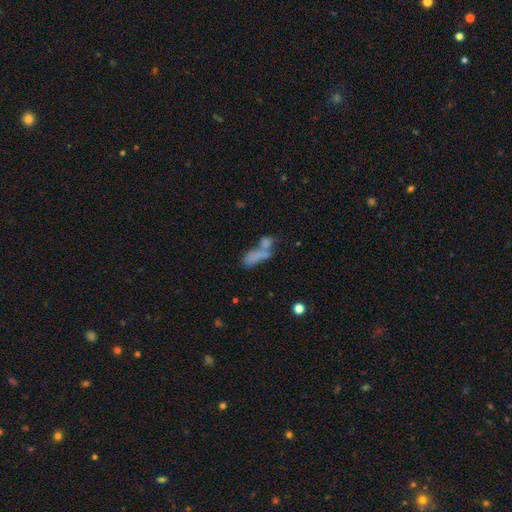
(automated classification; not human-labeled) Morphology: type=smooth (63%); roundness=in between (55%); merging=merger (46%).